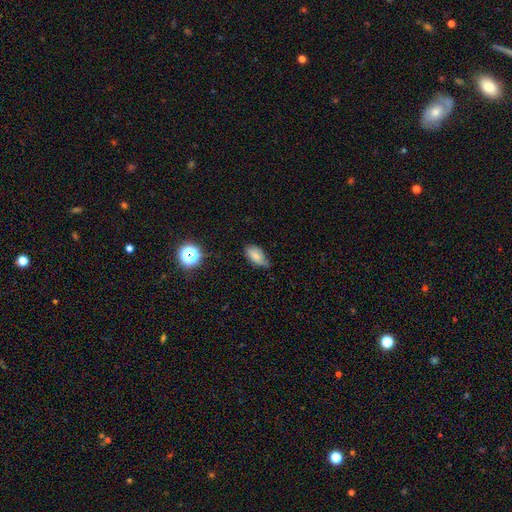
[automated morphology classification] This is likely a smooth galaxy (77%). How rounded: clearly in between (91%). Merging: possibly none (53%).